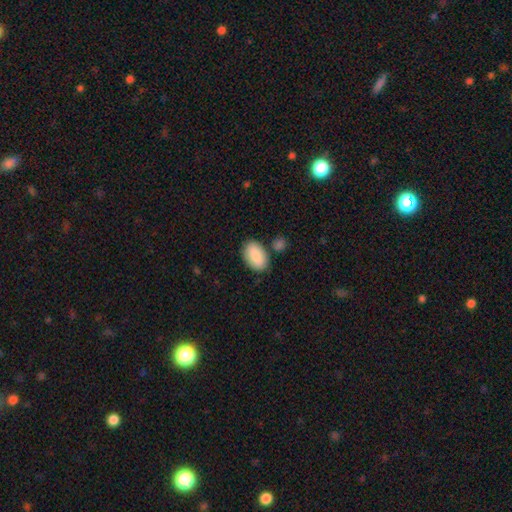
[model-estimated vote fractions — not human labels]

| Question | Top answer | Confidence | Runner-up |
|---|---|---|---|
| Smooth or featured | smooth | 86% | featured or disk (8%) |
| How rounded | in between | 92% | round (7%) |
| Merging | none | 75% | minor disturbance (13%) |